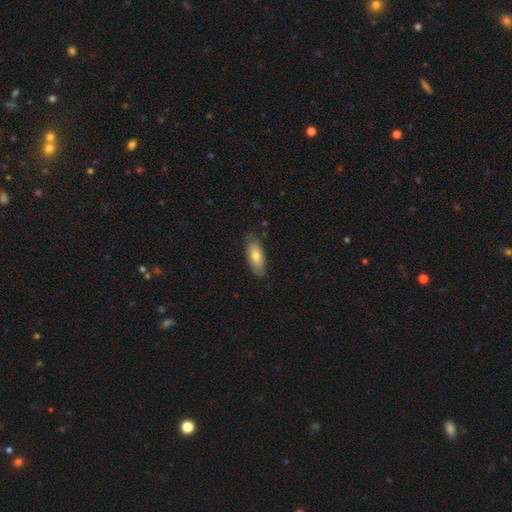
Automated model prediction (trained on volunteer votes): This appears to be a smooth galaxy with no disk features (75%) that is in between round and cigar-shaped (83%). Merging: none (81%).